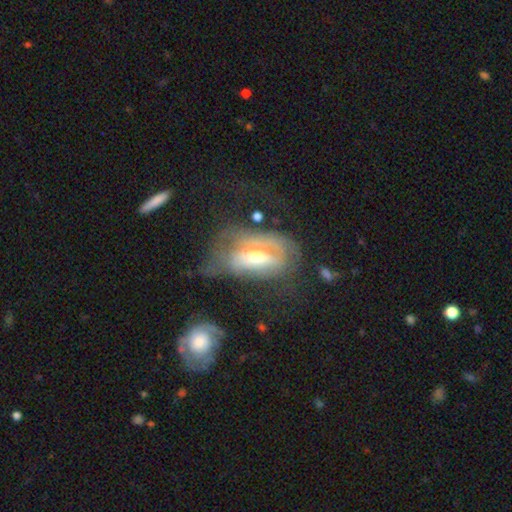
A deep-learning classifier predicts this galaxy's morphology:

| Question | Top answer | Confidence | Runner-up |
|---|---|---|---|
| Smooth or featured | featured or disk | 66% | smooth (26%) |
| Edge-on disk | no | 90% | yes (10%) |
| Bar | no | 47% | weak (35%) |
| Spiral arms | yes | 57% | no (43%) |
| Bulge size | moderate | 61% | small (24%) |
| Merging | major disturbance | 42% | none (31%) |